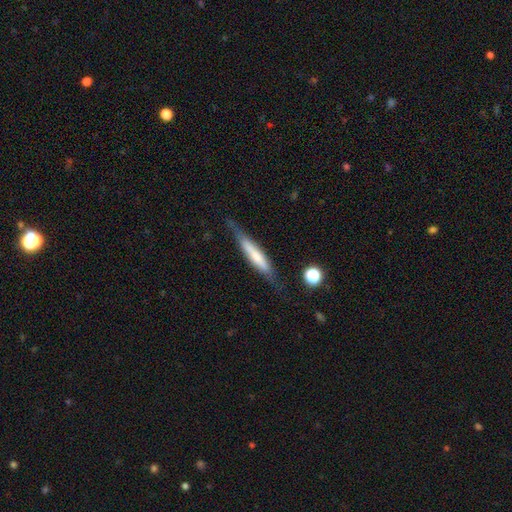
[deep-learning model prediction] The model was most divided on "smooth or featured": smooth: 52%, featured or disk: 42%, star or artifact: 6%. More confident: how rounded — cigar-shaped (90%); merging — none (74%).